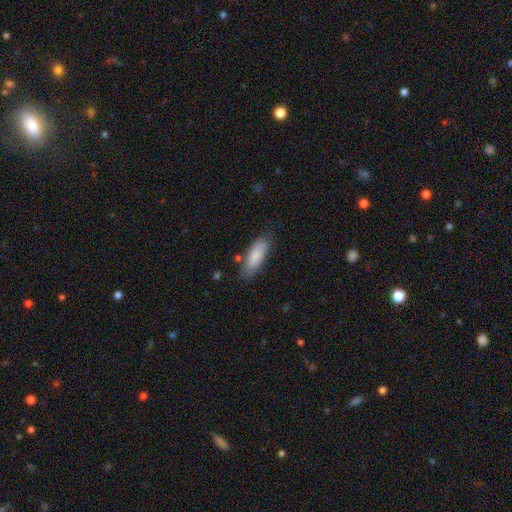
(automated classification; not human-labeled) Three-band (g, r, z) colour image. It shows a smooth galaxy with no disk features (82%) that is in between round and cigar-shaped (64%). Merging: none (73%).